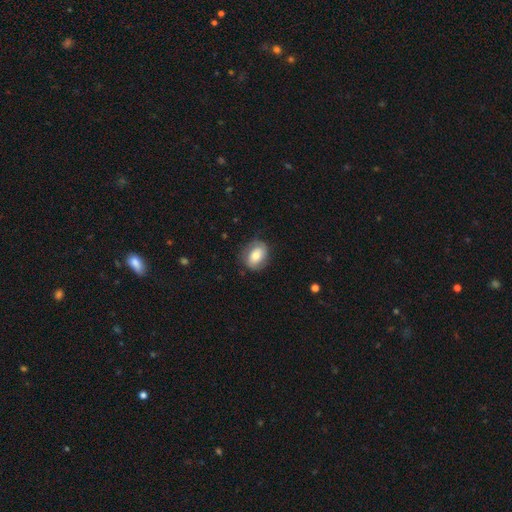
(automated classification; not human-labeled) smooth 63%, featured or disk 30%, star or artifact 7%. Down the decision tree: how rounded — in between (66%); merging — none (74%).